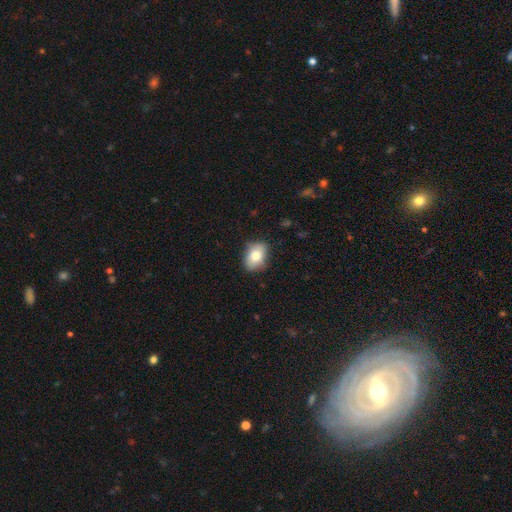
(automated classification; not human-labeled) smooth-or-featured: smooth: 77% | featured or disk: 14% | star or artifact: 8%
  how-rounded: in between: 74% | round: 24% | cigar-shaped: 1%
  merging: none: 78% | minor disturbance: 17% | major disturbance: 3% | merger: 1%